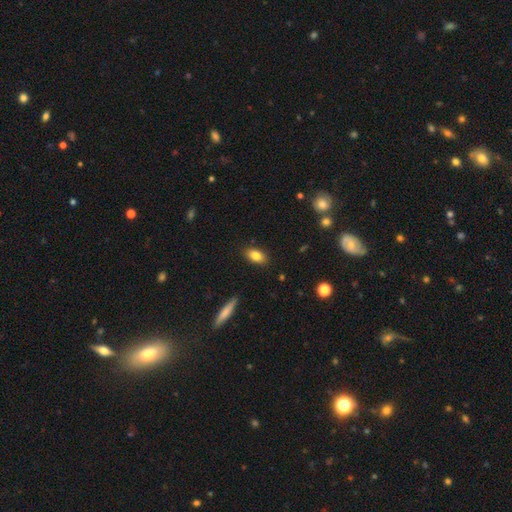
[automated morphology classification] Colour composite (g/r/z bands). It shows a smooth galaxy with no disk features (83%) that is in between round and cigar-shaped (88%). Merging: none (87%).